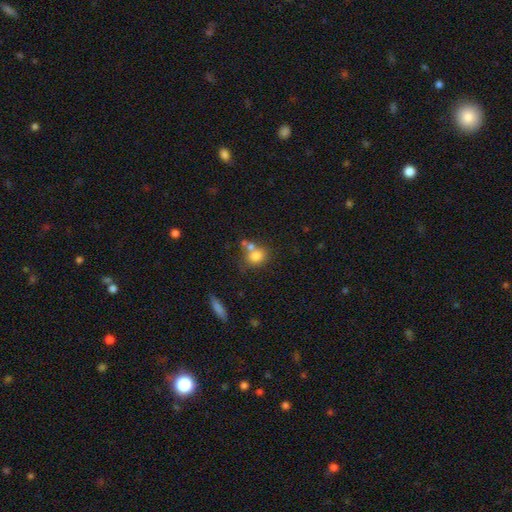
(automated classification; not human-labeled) Smooth or featured?
  - smooth: 77% *
  - featured or disk: 12%
  - star or artifact: 11%
How rounded?
  - round: 68% *
  - in between: 31%
  - cigar-shaped: 2%
Merging?
  - none: 47% *
  - merger: 35%
  - minor disturbance: 12%
  - major disturbance: 5%